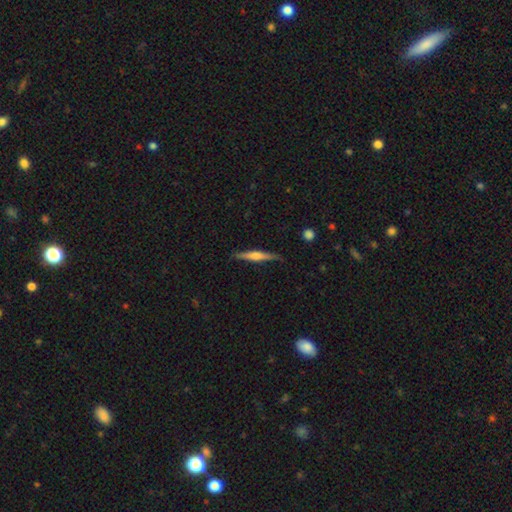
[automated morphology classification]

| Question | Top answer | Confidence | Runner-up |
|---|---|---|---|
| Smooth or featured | featured or disk | 58% | smooth (37%) |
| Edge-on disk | yes | 97% | no (3%) |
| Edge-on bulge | rounded | 72% | boxy (15%) |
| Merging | none | 86% | minor disturbance (11%) |